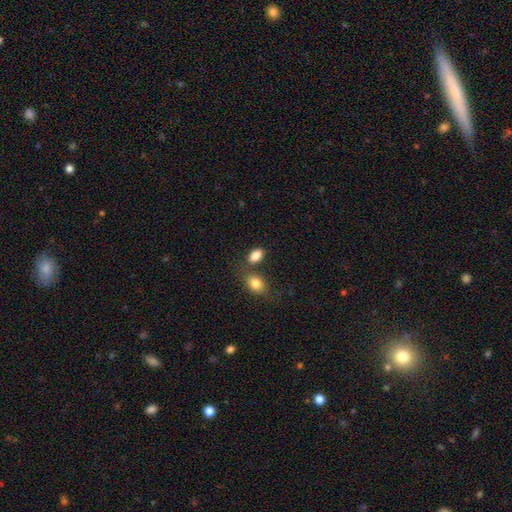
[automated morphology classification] Overall: smooth (85%). How rounded: in between (86%). Merging: none (60%; merger 24%).